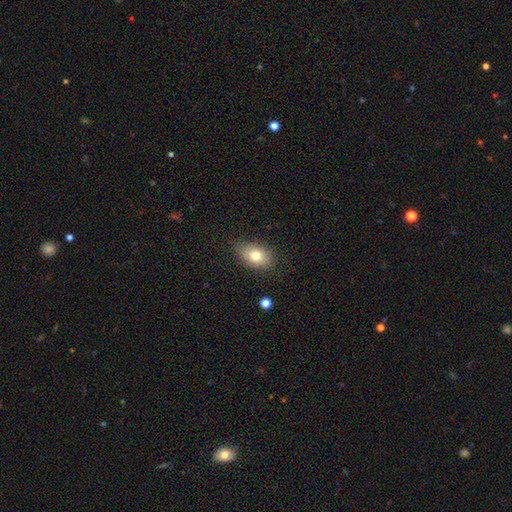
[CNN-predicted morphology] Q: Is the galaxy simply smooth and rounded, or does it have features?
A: smooth — 78%.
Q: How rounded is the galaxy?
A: in between — 83%.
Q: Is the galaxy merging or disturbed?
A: none — 79%.